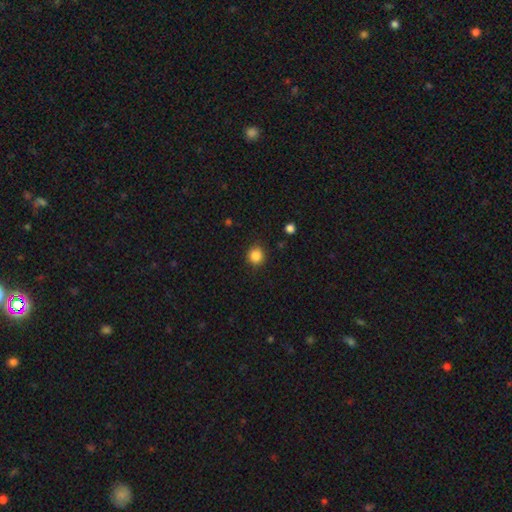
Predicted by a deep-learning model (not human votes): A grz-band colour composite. It shows a smooth galaxy with no disk features (86%) that is round (92%). Merging: none (89%).